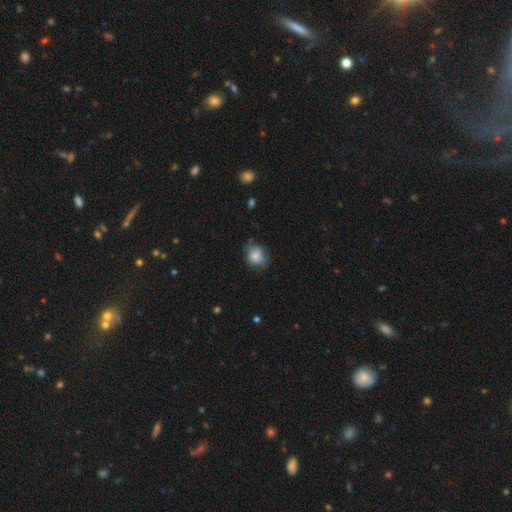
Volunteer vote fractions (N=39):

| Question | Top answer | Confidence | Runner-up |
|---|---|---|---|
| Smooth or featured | smooth | 85% | featured or disk (13%) |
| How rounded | round | 82% | in between (18%) |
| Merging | none | 55% | minor disturbance (29%) |